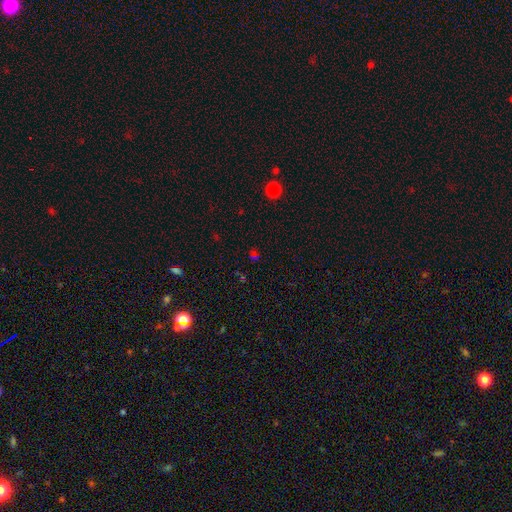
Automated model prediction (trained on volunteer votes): The model was most divided on "smooth or featured": star or artifact: 52%, smooth: 40%, featured or disk: 8%.